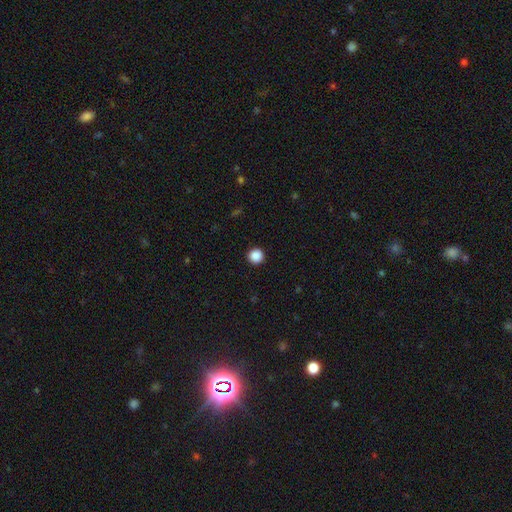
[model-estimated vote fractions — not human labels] The model was most divided on "smooth or featured": smooth: 88%, star or artifact: 10%, featured or disk: 2%. More confident: how rounded — round (96%); merging — none (93%).